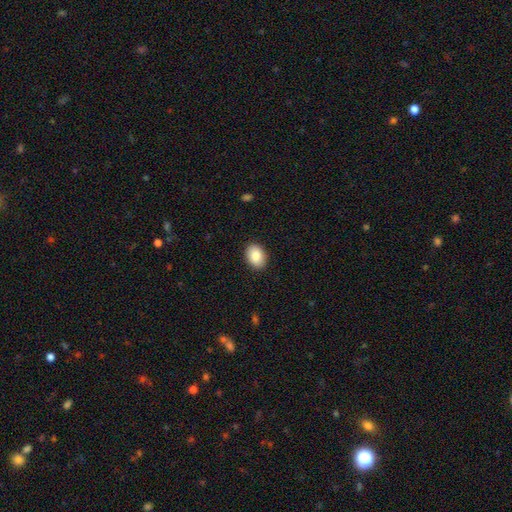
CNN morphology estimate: Smooth or featured: smooth — 86% (star or artifact — 7%)
How rounded: in between — 79% (round — 20%)
Merging: none — 90% (minor disturbance — 8%)